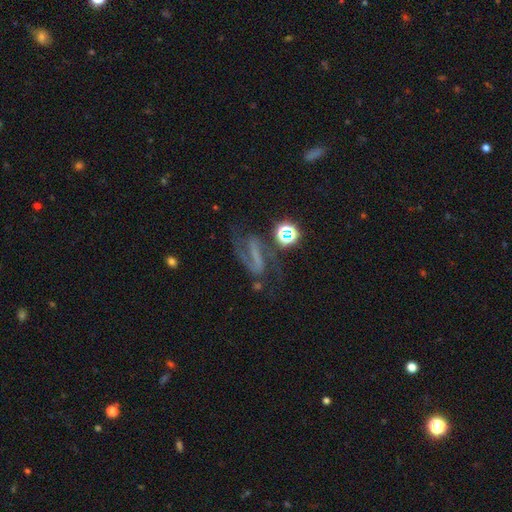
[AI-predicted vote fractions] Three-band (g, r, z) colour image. It shows a featured or disk galaxy (73%) with a strong bar (57%), 2 (86%) medium (47%) spiral arms (92%) and no central bulge (59%). Merging: none (56%).